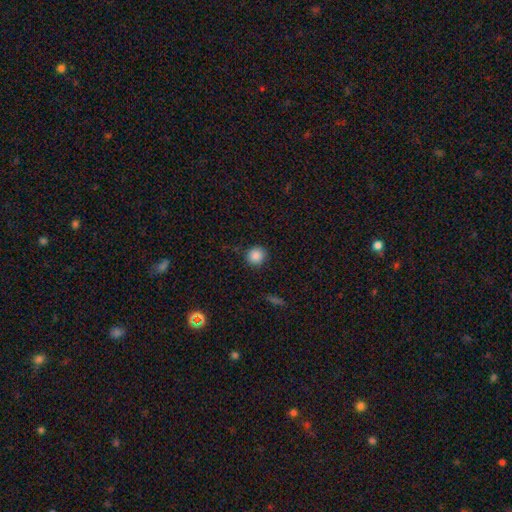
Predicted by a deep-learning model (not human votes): Smooth or featured? Predicted: smooth (p=0.86). How rounded? Predicted: round (p=0.91). Merging? Predicted: none (p=0.87).